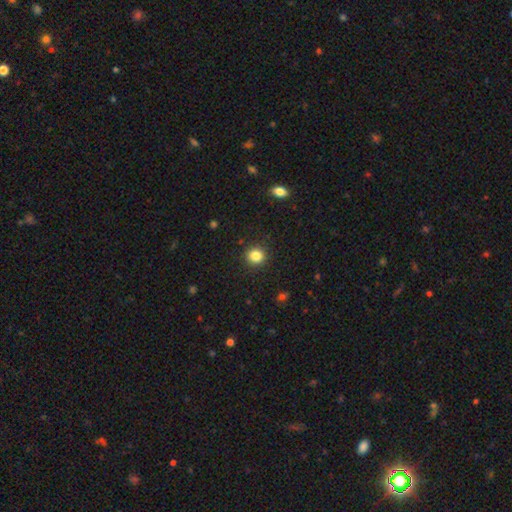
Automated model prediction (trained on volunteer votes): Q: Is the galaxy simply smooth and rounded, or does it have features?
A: smooth — 84%.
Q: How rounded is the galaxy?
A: round — 87%.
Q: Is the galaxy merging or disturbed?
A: none — 91%.